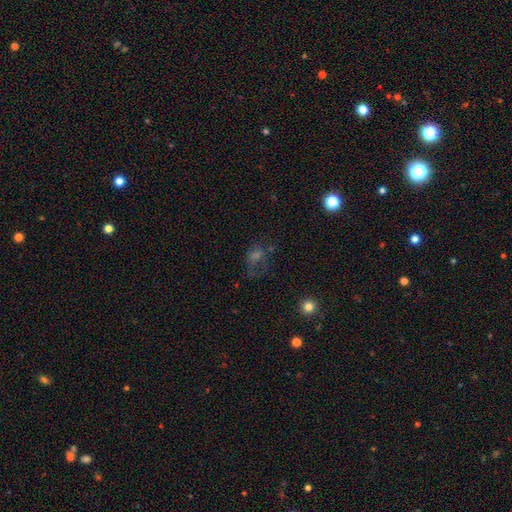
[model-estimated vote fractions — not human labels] Morphology: type=smooth (39%); merging=none (44%).